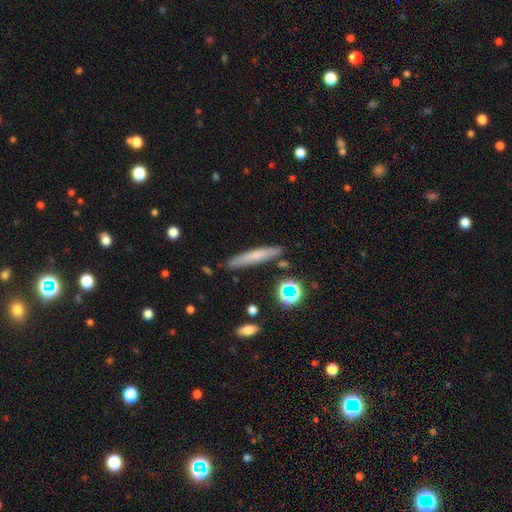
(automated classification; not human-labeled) Overall: smooth (62%; featured or disk 28%). How rounded: cigar-shaped (91%). Merging: none (84%).